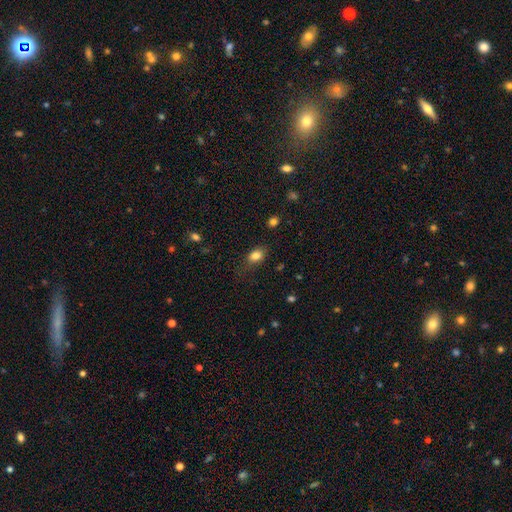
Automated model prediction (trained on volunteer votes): smooth 83%, star or artifact 10%, featured or disk 7%. Down the decision tree: how rounded — in between (75%); merging — none (69%).